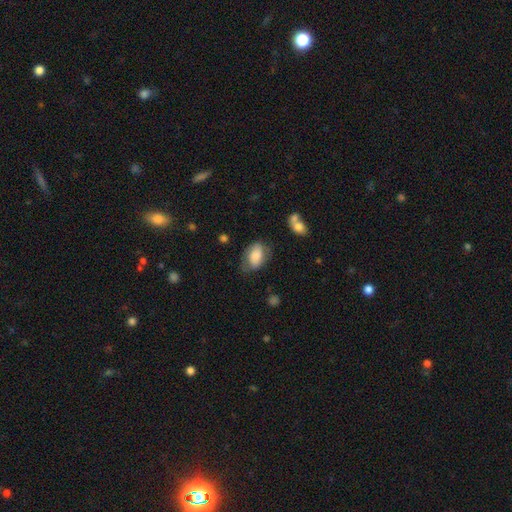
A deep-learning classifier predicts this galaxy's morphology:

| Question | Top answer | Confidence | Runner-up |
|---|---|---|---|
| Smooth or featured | smooth | 70% | featured or disk (23%) |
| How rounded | in between | 89% | round (10%) |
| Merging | none | 60% | minor disturbance (26%) |